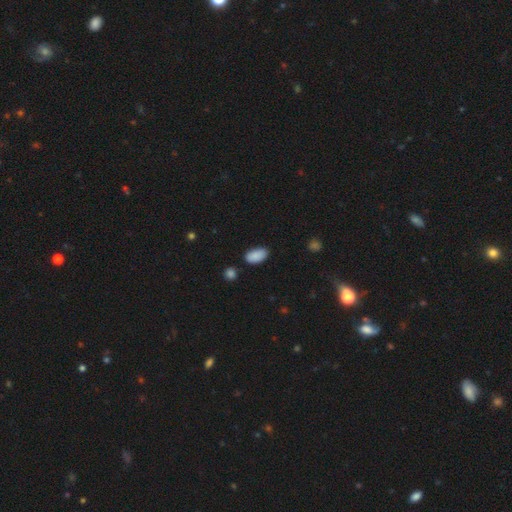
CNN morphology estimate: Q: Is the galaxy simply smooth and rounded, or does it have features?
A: smooth — 89%.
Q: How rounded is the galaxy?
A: in between — 94%.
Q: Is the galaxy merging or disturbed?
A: none — 81%.